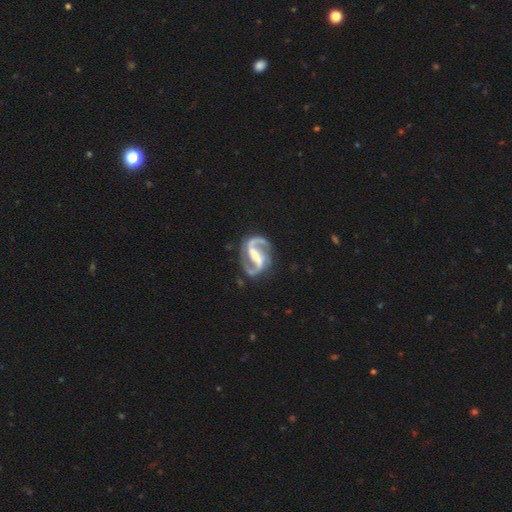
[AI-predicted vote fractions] Smooth or featured?
  - featured or disk: 92% *
  - star or artifact: 4%
  - smooth: 4%
Edge-on disk?
  - no: 98% *
  - yes: 2%
Bar?
  - strong: 66% *
  - weak: 26%
  - no: 8%
Spiral arms?
  - yes: 98% *
  - no: 2%
Spiral winding?
  - medium: 60% *
  - loose: 22%
  - tight: 18%
Spiral arm count?
  - 2: 94% *
  - can't tell: 2%
  - 1: 1%
  - 3: 1%
  - 4: 1%
  - more than 4: 1%
Bulge size?
  - moderate: 32% *
  - none: 27%
  - small: 25%
  - large: 14%
  - dominant: 2%
Merging?
  - none: 79% *
  - minor disturbance: 13%
  - major disturbance: 6%
  - merger: 2%